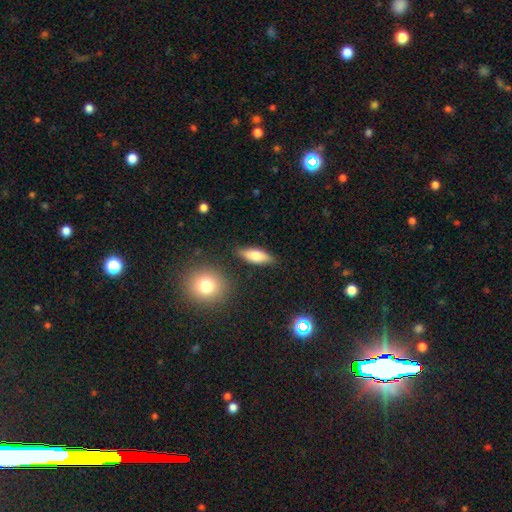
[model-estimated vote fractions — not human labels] A smooth galaxy with no disk features (72%) that is in between round and cigar-shaped (71%).

Vote fractions:
- Smooth or featured? smooth: 72% / featured or disk: 21% / star or artifact: 7%
- How rounded? in between: 71% / cigar-shaped: 26% / round: 4%
- Merging? none: 82% / minor disturbance: 13% / major disturbance: 3% / merger: 3%